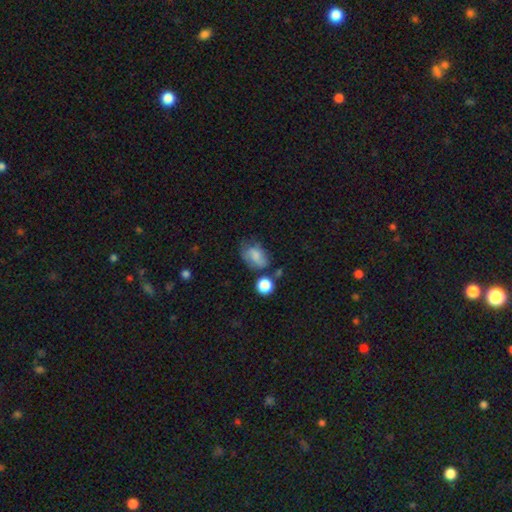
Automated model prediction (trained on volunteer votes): Q: Smooth or featured?
A: smooth (69%); runner-up: featured or disk (20%)
Q: How rounded?
A: in between (76%); runner-up: round (22%)
Q: Merging?
A: none (40%); runner-up: minor disturbance (31%)